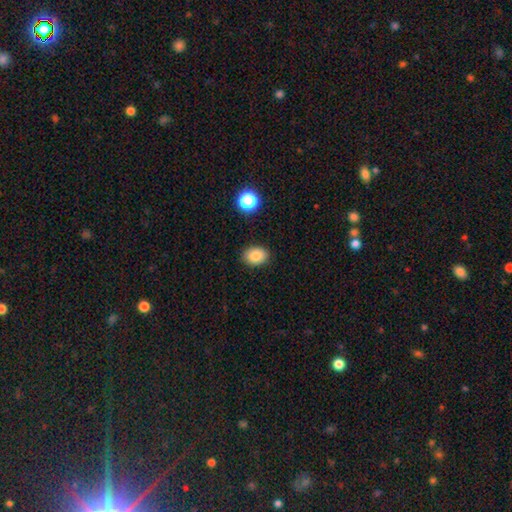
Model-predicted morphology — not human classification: A smooth galaxy with no disk features (85%) that is in between round and cigar-shaped (72%). Merging: none (88%).